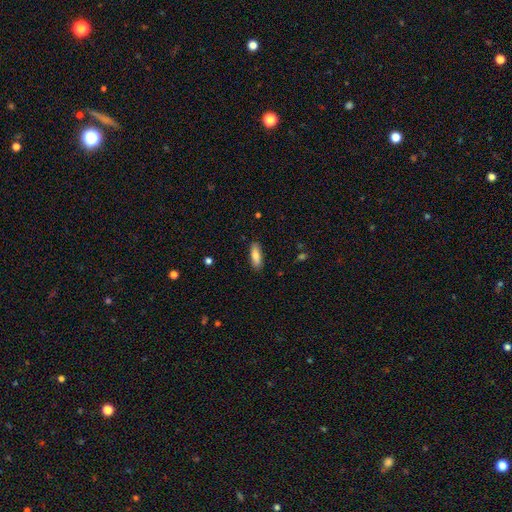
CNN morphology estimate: Overall: smooth (80%). How rounded: in between (58%; cigar-shaped 40%). Merging: none (87%).